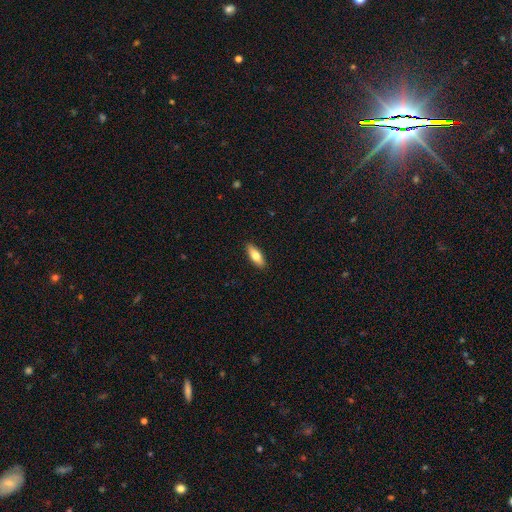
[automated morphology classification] smooth_or_featured: smooth (p=0.74) [alt: featured or disk p=0.20]
how_rounded: in between (p=0.69) [alt: cigar-shaped p=0.28]
merging: none (p=0.90) [alt: minor disturbance p=0.08]